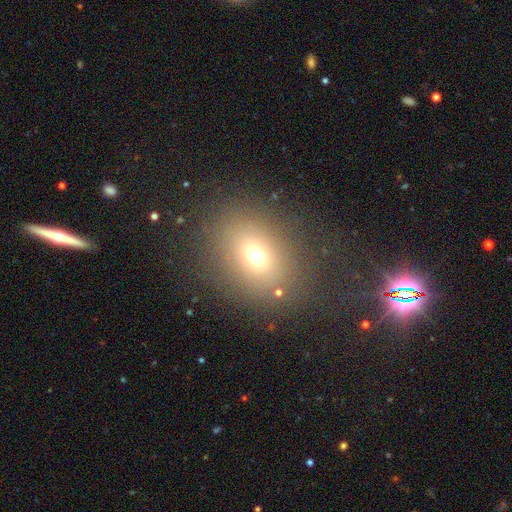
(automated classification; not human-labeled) Smooth or featured? smooth (68%)
How rounded? in between (50%)
Merging? none (78%)